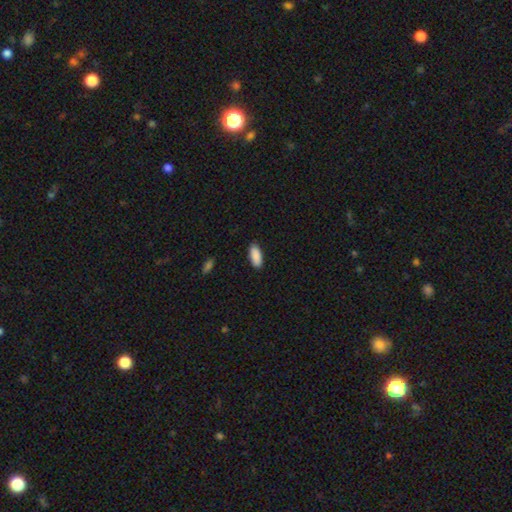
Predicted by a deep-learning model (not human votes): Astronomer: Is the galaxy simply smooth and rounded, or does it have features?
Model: smooth — 91%.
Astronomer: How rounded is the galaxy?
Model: in between — 84%.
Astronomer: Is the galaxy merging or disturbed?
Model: none — 88%.